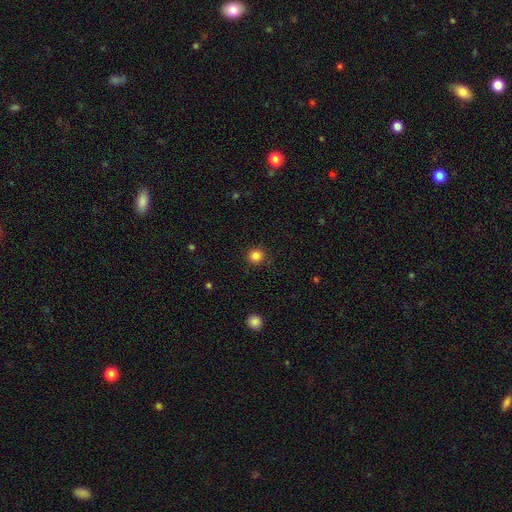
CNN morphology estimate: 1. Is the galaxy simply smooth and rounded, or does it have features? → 85% smooth, 12% star or artifact, 3% featured or disk.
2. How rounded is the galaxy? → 93% round, 6% in between, 1% cigar-shaped.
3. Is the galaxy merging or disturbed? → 91% none, 6% minor disturbance, 2% major disturbance, 1% merger.